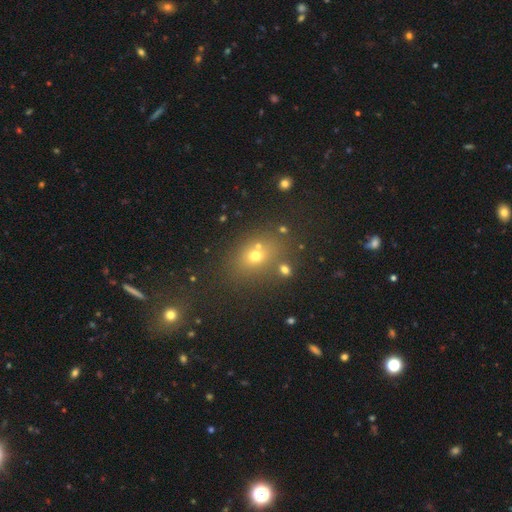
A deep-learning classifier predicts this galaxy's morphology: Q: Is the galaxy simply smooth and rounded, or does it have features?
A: smooth — 60%.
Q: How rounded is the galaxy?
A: in between — 50%.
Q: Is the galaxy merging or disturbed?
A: none — 66%.